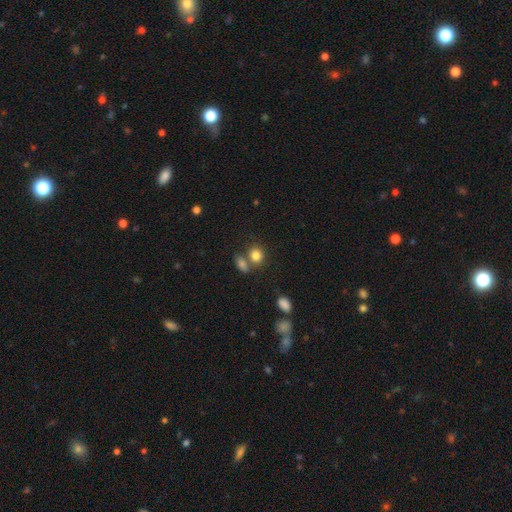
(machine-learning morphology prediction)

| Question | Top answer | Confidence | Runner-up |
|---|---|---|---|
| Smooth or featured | smooth | 82% | star or artifact (11%) |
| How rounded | round | 64% | in between (35%) |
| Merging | none | 53% | merger (32%) |